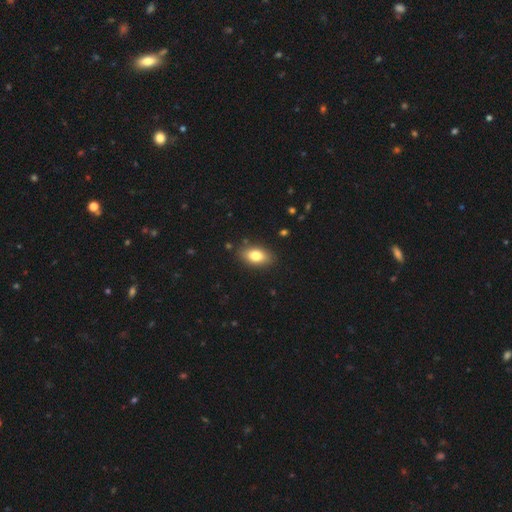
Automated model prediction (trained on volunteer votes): The model was most divided on "smooth or featured": smooth: 79%, featured or disk: 13%, star or artifact: 8%. More confident: how rounded — in between (88%); merging — none (86%).